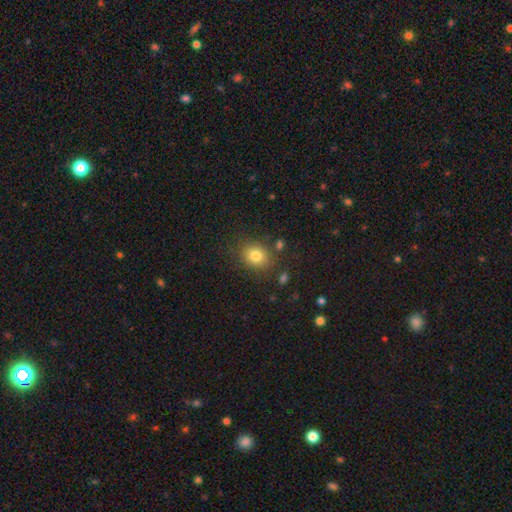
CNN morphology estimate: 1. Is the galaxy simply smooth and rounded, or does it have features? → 80% smooth, 12% star or artifact, 8% featured or disk.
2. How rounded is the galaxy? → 65% round, 34% in between, 1% cigar-shaped.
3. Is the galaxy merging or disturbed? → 82% none, 11% minor disturbance, 4% merger, 4% major disturbance.